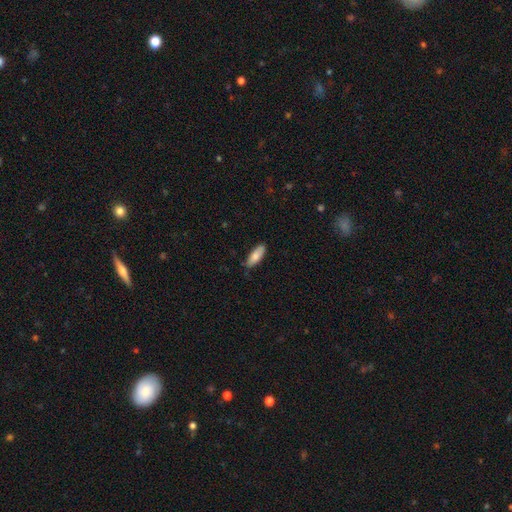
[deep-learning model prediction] smooth-or-featured: smooth: 81% | featured or disk: 13% | star or artifact: 6%
  how-rounded: in between: 69% | cigar-shaped: 29% | round: 2%
  merging: none: 78% | minor disturbance: 18% | major disturbance: 2% | merger: 1%